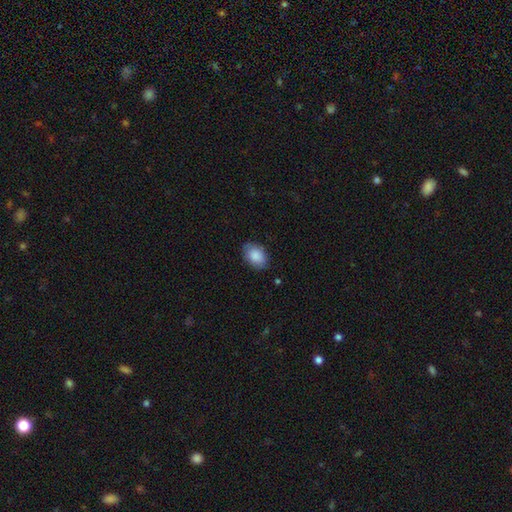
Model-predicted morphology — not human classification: Overall: smooth (87%). How rounded: in between (85%). Merging: none (80%).